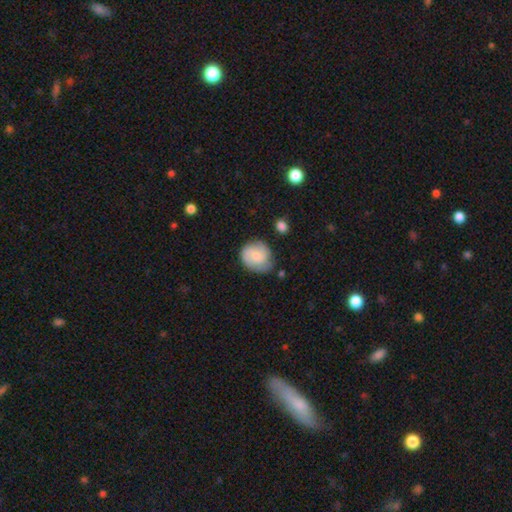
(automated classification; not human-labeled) Smooth or featured?
  - smooth: 48% *
  - featured or disk: 45%
  - star or artifact: 7%
Merging?
  - none: 66% *
  - minor disturbance: 25%
  - major disturbance: 7%
  - merger: 3%